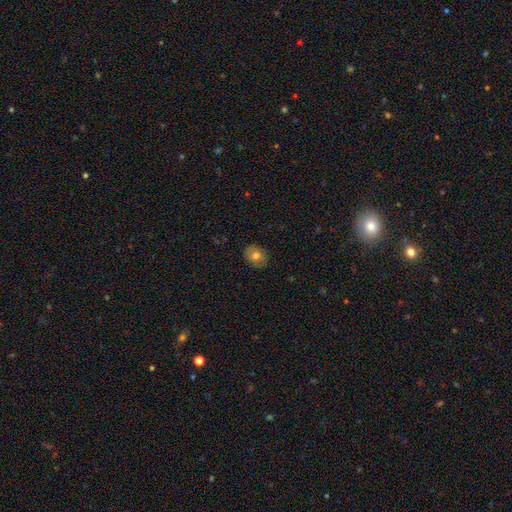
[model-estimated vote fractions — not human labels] A smooth galaxy with no disk features (74%) that is in between round and cigar-shaped (58%). Merging: none (86%).